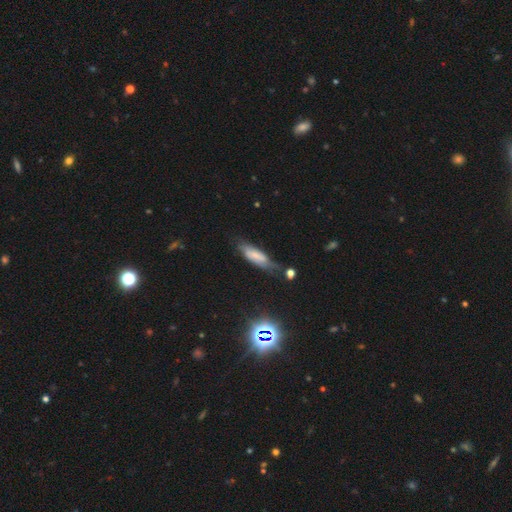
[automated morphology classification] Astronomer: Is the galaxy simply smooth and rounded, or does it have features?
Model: smooth — 57% (runner-up: featured or disk, 33%).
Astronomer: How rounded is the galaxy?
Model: in between — 51% (runner-up: cigar-shaped, 47%).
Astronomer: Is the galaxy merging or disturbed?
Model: none — 47% (runner-up: minor disturbance, 33%).